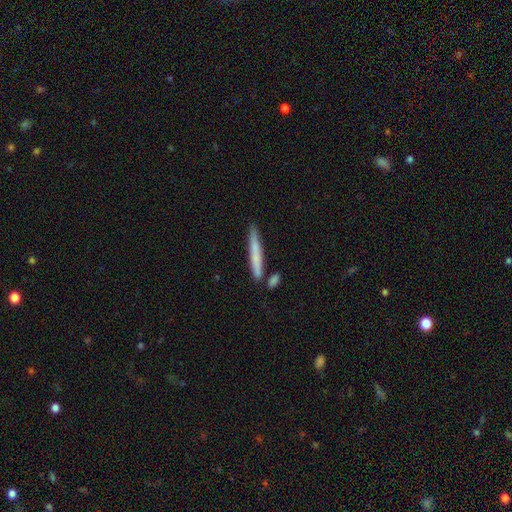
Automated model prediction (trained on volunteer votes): Morphology: type=smooth (66%); roundness=cigar-shaped (96%); merging=none (80%).